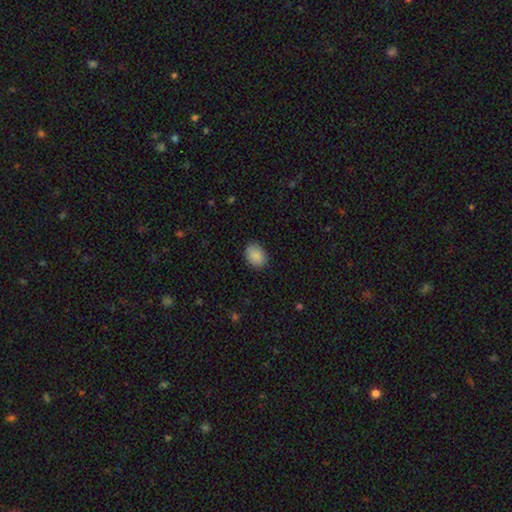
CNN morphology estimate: Overall: smooth (87%). How rounded: in between (67%; round 32%). Merging: none (87%).